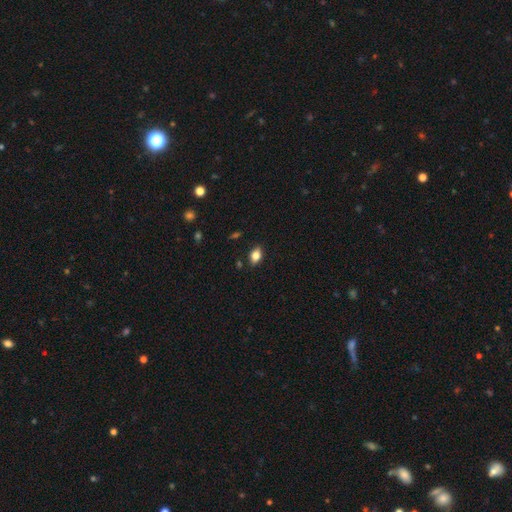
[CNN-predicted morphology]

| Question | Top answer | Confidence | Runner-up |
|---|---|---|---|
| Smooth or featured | smooth | 78% | featured or disk (13%) |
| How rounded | in between | 83% | round (13%) |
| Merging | none | 84% | minor disturbance (12%) |